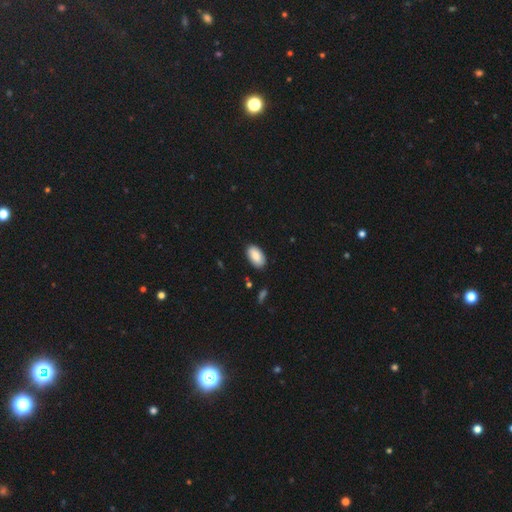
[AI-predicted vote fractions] This appears to be a smooth galaxy with no disk features (87%) that is in between round and cigar-shaped (95%). Merging: none (87%).